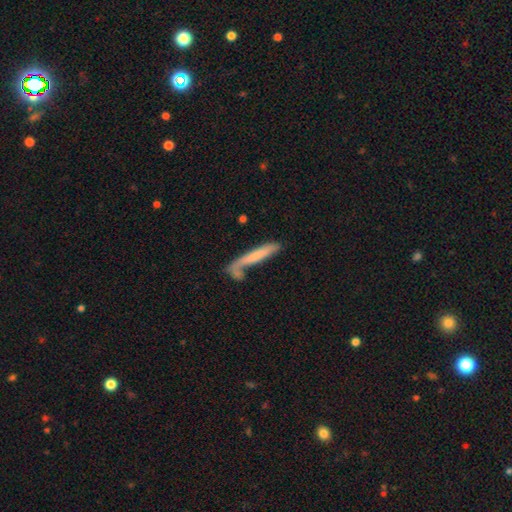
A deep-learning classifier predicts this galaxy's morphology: This is likely a smooth galaxy (62%). How rounded: clearly cigar-shaped (92%). Merging: possibly none (49%).